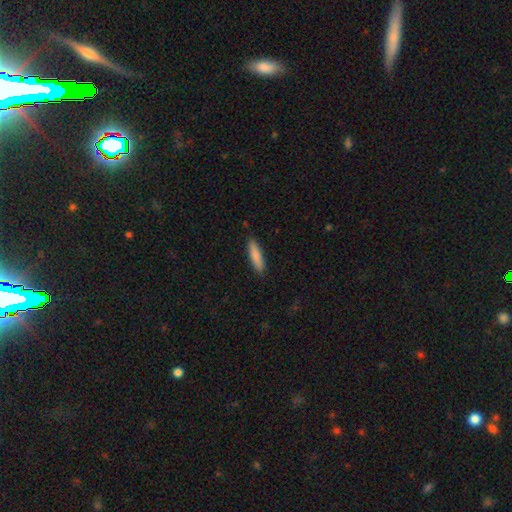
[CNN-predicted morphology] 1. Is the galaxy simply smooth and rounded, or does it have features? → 82% smooth, 12% featured or disk, 6% star or artifact.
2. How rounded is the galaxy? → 74% cigar-shaped, 24% in between, 1% round.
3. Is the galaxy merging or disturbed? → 88% none, 9% minor disturbance, 2% major disturbance, 1% merger.